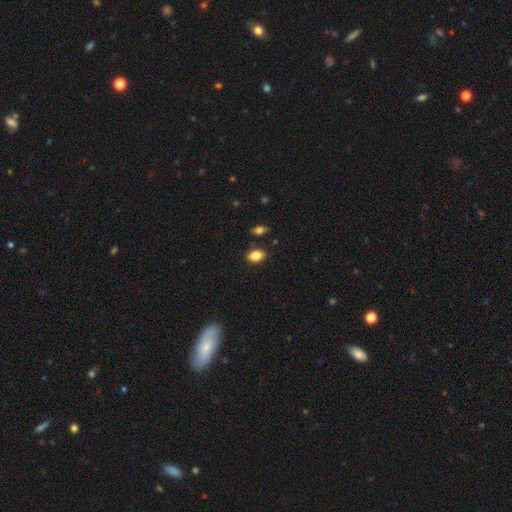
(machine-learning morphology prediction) Smooth or featured? Predicted: smooth (p=0.84). How rounded? Predicted: in between (p=0.87). Merging? Predicted: none (p=0.83).